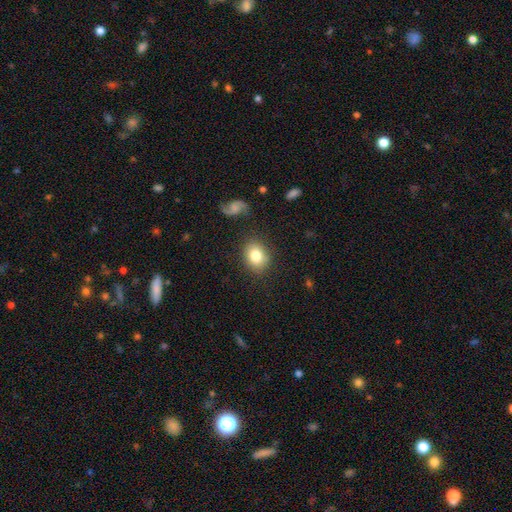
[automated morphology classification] A smooth galaxy with no disk features (80%) that is round (49%, tied with in between). Merging: none (81%).